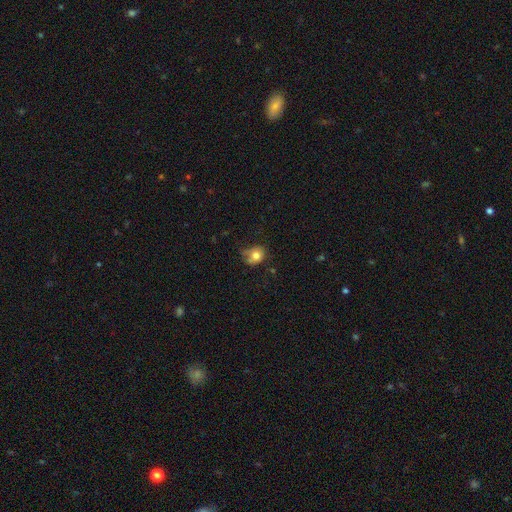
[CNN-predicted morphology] smooth_or_featured: smooth (p=0.75) [alt: featured or disk p=0.14]
how_rounded: round (p=0.59) [alt: in between p=0.40]
merging: none (p=0.46) [alt: minor disturbance p=0.34]